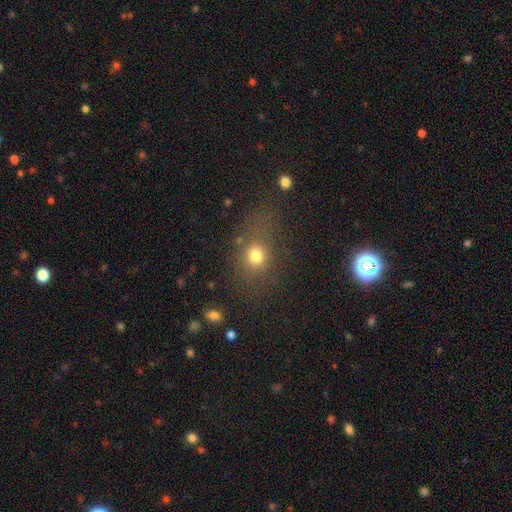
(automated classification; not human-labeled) A smooth galaxy with no disk features (74%) that is round (61%).

Vote fractions:
- Smooth or featured? smooth: 74% / star or artifact: 17% / featured or disk: 9%
- How rounded? round: 61% / in between: 37% / cigar-shaped: 2%
- Merging? none: 65% / minor disturbance: 16% / major disturbance: 12% / merger: 7%